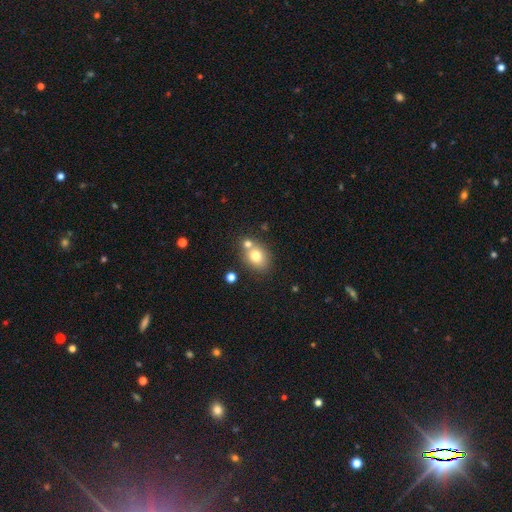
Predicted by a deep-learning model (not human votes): A smooth galaxy with no disk features (76%) that is round (54%).

Vote fractions:
- Smooth or featured? smooth: 76% / featured or disk: 13% / star or artifact: 11%
- How rounded? round: 54% / in between: 45% / cigar-shaped: 1%
- Merging? none: 58% / merger: 27% / minor disturbance: 11% / major disturbance: 4%